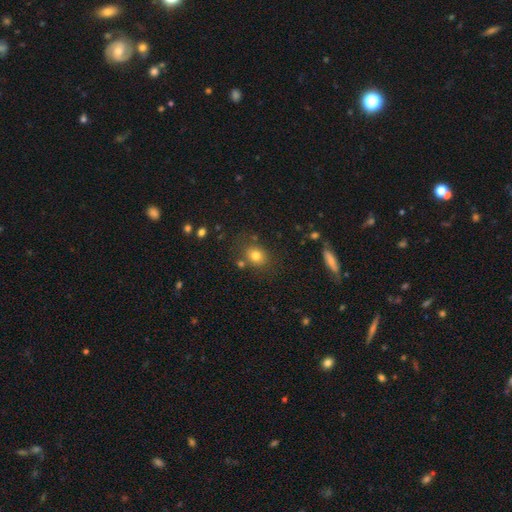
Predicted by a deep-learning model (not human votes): This appears to be a smooth galaxy with no disk features (77%) that is round (62%). Merging: none (76%).